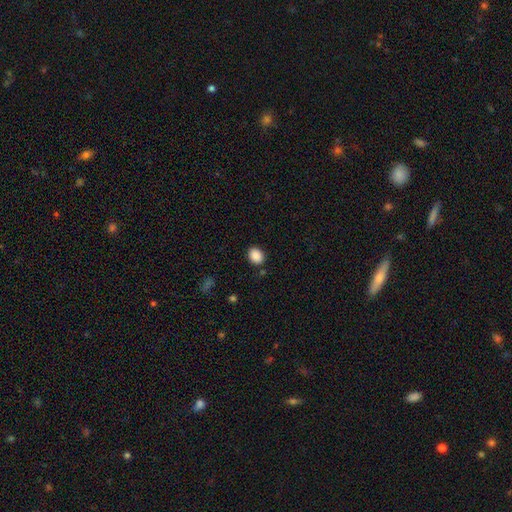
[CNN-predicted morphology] type=smooth (88%); roundness=round (50%); merging=none (85%).